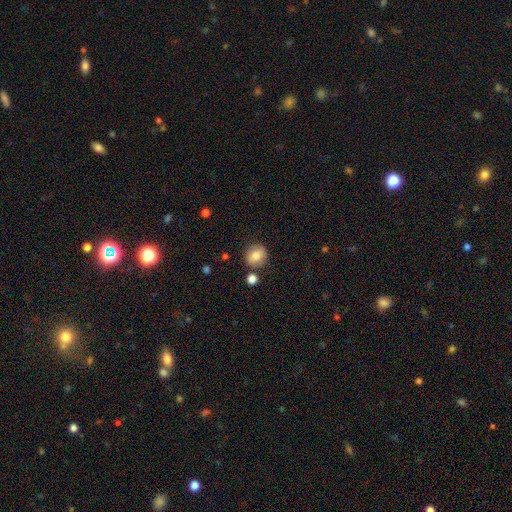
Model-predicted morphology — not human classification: type=smooth (81%); roundness=round (86%); merging=none (81%).